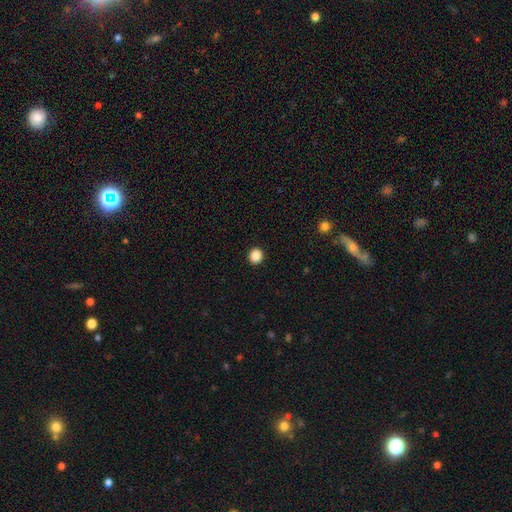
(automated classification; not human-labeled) The model was most divided on "how rounded": round: 83%, in between: 16%, cigar-shaped: 1%. More confident: merging — none (93%); smooth or featured — smooth (87%).